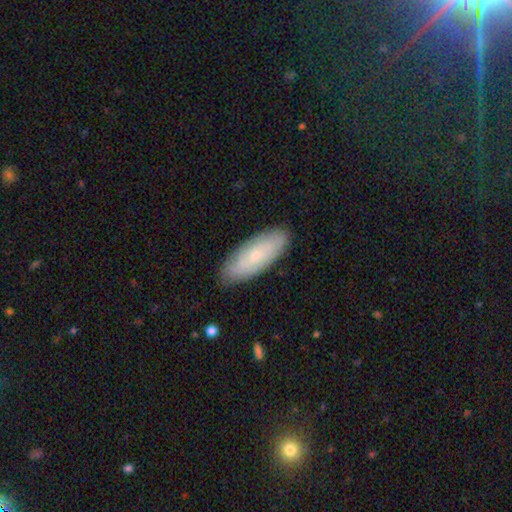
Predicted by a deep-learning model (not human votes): Q: Smooth or featured?
A: smooth (60%); runner-up: featured or disk (34%)
Q: How rounded?
A: in between (74%); runner-up: cigar-shaped (24%)
Q: Merging?
A: none (83%); runner-up: minor disturbance (13%)